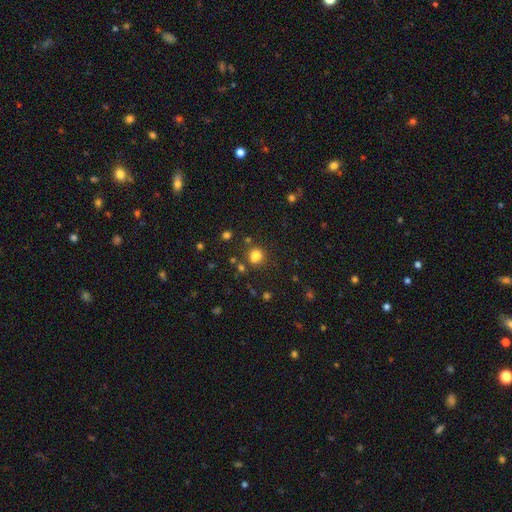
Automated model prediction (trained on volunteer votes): A smooth galaxy with no disk features (80%) that is round (71%). Merging: none (73%).